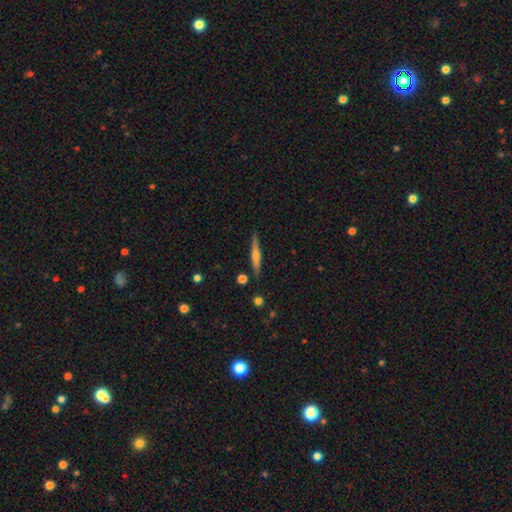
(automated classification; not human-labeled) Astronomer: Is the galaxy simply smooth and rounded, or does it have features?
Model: featured or disk — 61%.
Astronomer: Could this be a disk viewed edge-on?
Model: yes — 97%.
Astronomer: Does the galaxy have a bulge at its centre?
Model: rounded — 75%.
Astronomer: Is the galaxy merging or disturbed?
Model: none — 88%.